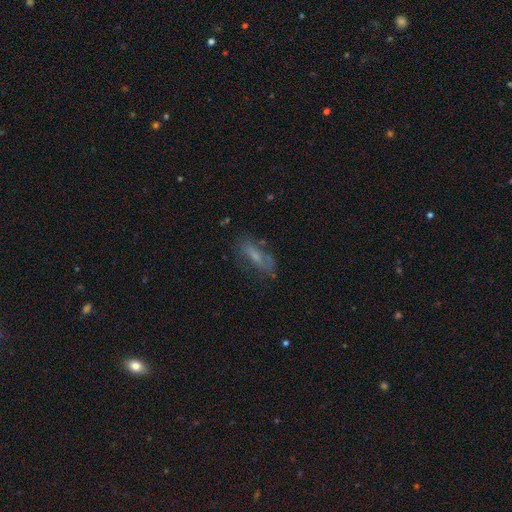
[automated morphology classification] smooth_or_featured: smooth (p=0.47) [alt: featured or disk p=0.42]
merging: none (p=0.64) [alt: minor disturbance p=0.21]